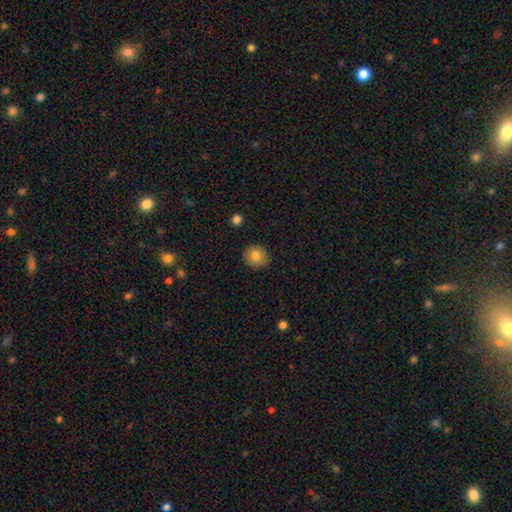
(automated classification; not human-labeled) Smooth or featured?
  - smooth: 80% *
  - featured or disk: 11%
  - star or artifact: 9%
How rounded?
  - round: 87% *
  - in between: 12%
  - cigar-shaped: 1%
Merging?
  - none: 91% *
  - minor disturbance: 6%
  - major disturbance: 2%
  - merger: 1%